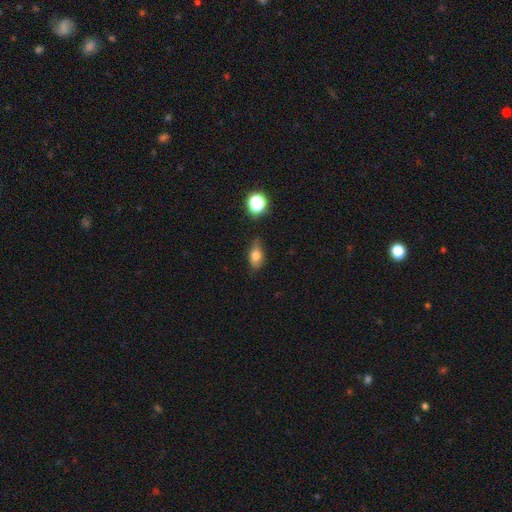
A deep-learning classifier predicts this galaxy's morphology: smooth 77%, featured or disk 12%, star or artifact 11%. Down the decision tree: how rounded — in between (80%); merging — none (72%).